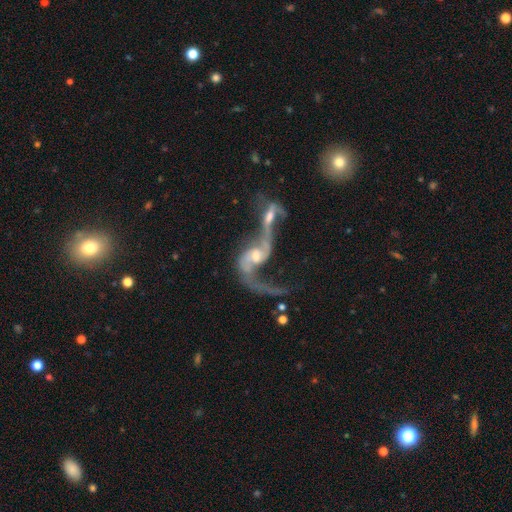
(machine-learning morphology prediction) The model was most divided on "bar": no: 48%, weak: 38%, strong: 13%. More confident: edge-on disk — no (94%); spiral arms — yes (88%); smooth or featured — featured or disk (82%); spiral winding — loose (82%); spiral arm count — 2 (74%); merging — merger (71%); bulge size — moderate (52%).